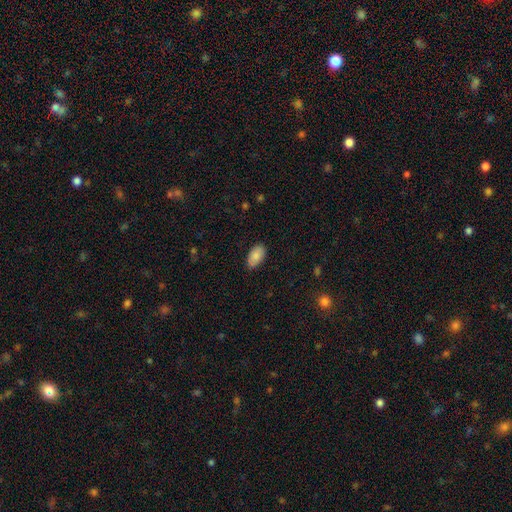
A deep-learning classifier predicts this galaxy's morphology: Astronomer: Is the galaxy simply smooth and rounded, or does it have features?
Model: smooth — 85%.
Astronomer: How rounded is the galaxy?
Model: in between — 95%.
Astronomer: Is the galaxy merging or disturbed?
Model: none — 82%.